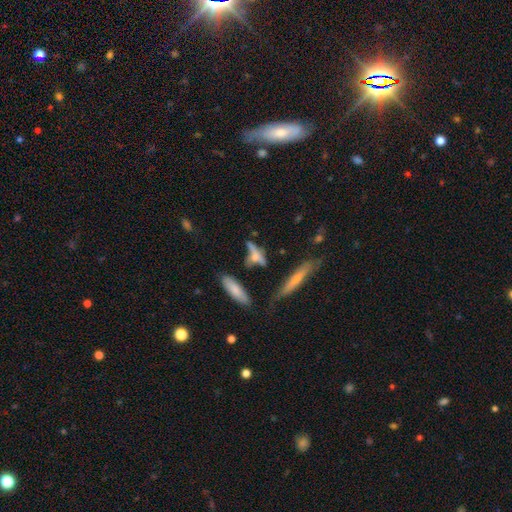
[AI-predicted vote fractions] This appears to be a smooth galaxy with no disk features (46%). Merging: none (50%).